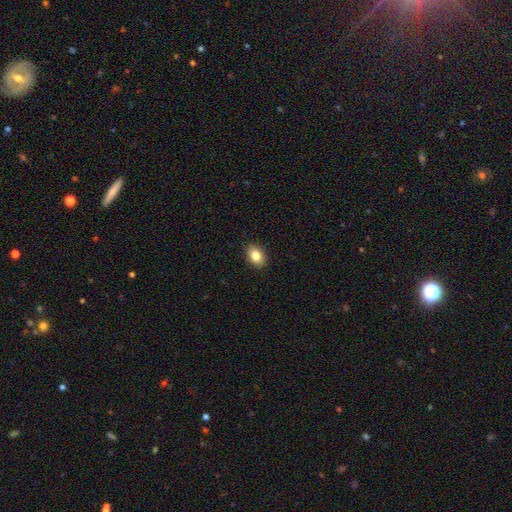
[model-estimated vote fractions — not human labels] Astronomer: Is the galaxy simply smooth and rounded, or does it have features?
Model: smooth — 83%.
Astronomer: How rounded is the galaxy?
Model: in between — 80%.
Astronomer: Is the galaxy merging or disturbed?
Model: none — 90%.